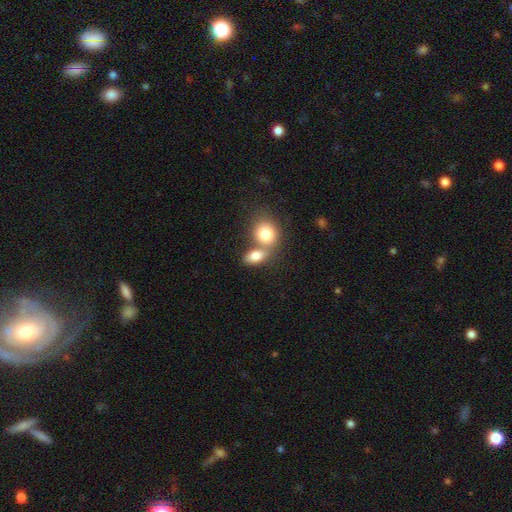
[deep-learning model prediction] Smooth or featured? Predicted: smooth (p=0.80). How rounded? Predicted: in between (p=0.73). Merging? Predicted: merger (p=0.54).